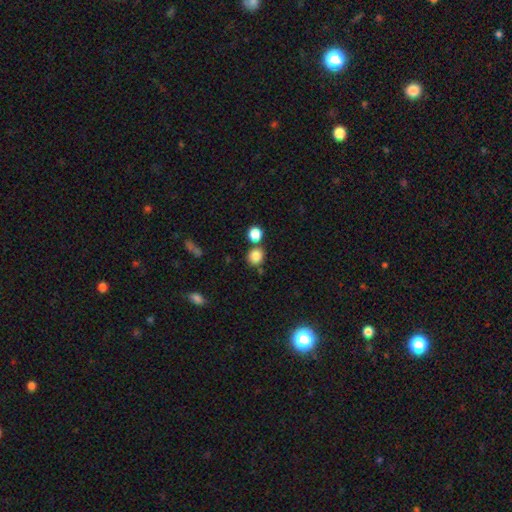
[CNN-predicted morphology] This is clearly a smooth galaxy (83%). How rounded: likely round (79%). Merging: likely none (69%).